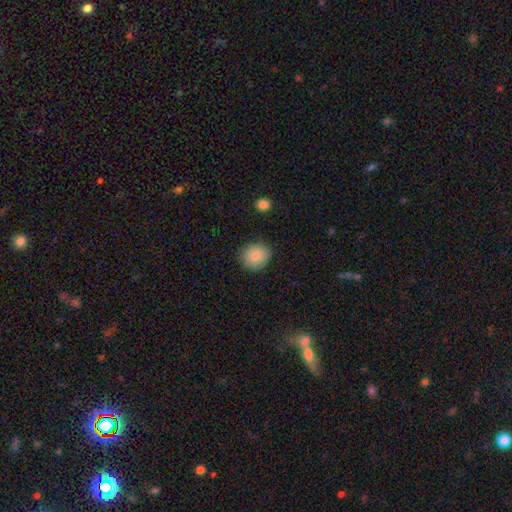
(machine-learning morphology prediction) Smooth or featured? smooth (83%)
How rounded? round (76%)
Merging? none (84%)